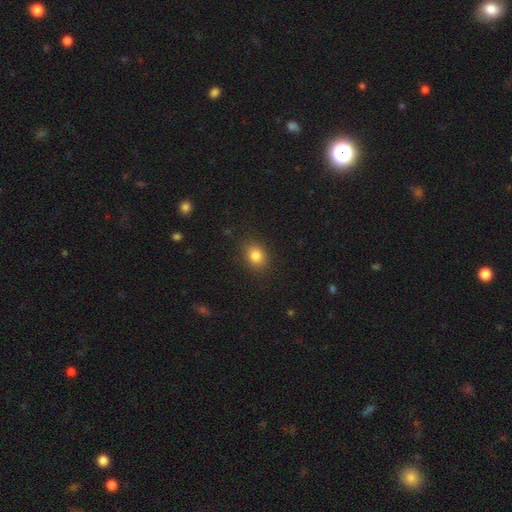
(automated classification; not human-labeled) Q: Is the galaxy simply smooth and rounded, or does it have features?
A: smooth — 83%.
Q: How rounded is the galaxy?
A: in between — 54%.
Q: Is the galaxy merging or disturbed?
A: none — 87%.